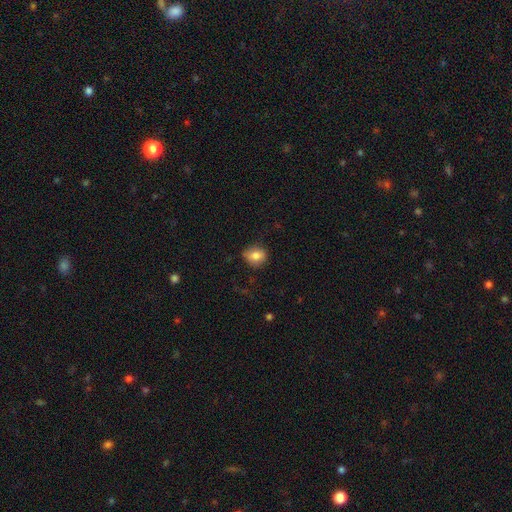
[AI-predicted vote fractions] This is clearly a smooth galaxy (81%). How rounded: likely round (62%). Merging: likely none (75%).